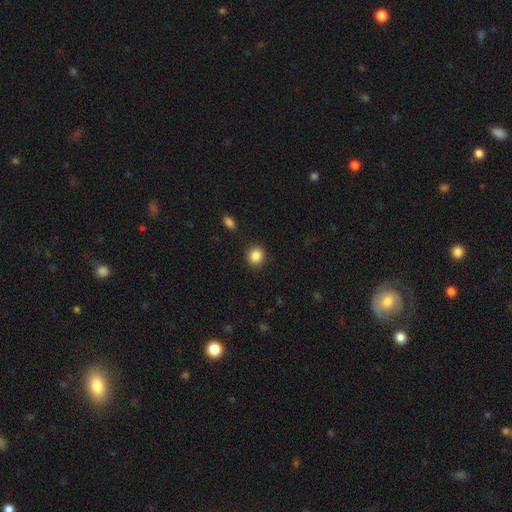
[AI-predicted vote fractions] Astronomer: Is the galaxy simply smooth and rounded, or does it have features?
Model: smooth — 87%.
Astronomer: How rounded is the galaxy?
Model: round — 84%.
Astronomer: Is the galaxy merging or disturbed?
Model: none — 90%.